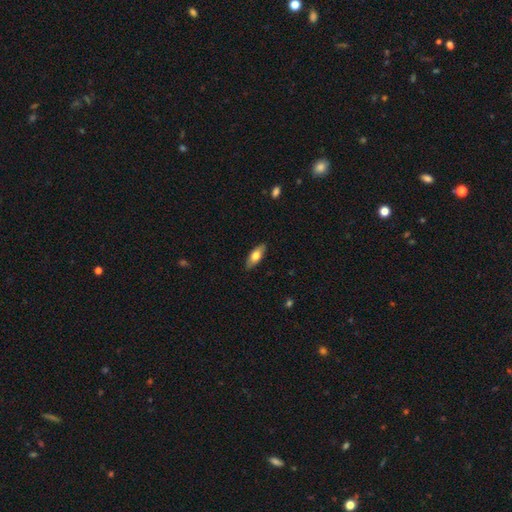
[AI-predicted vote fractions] Smooth or featured?
  - smooth: 68% *
  - featured or disk: 27%
  - star or artifact: 6%
How rounded?
  - in between: 73% *
  - cigar-shaped: 25%
  - round: 3%
Merging?
  - none: 88% *
  - minor disturbance: 10%
  - major disturbance: 2%
  - merger: 1%